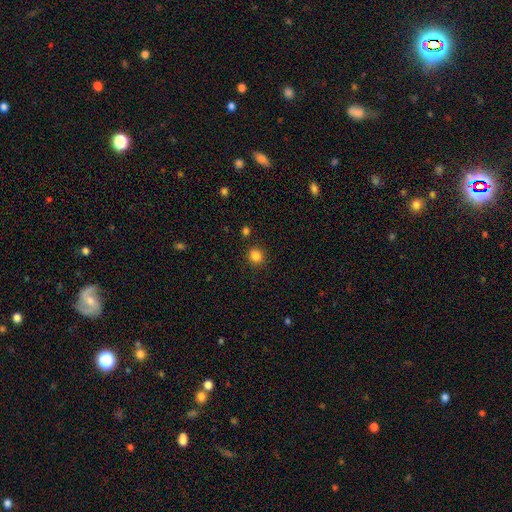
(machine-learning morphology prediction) smooth 85%, star or artifact 12%, featured or disk 3%. Down the decision tree: how rounded — round (84%); merging — none (87%).